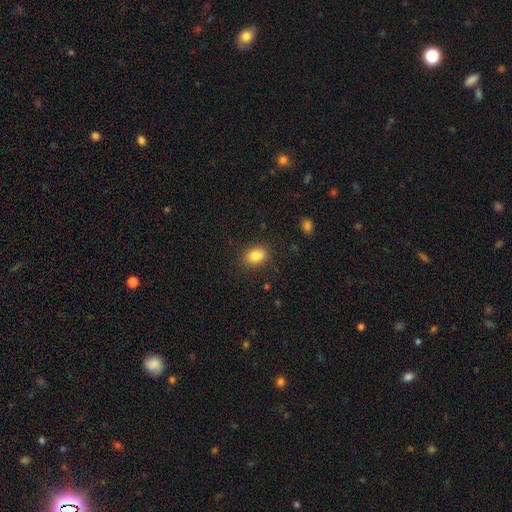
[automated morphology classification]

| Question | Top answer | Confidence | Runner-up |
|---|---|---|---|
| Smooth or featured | smooth | 84% | star or artifact (9%) |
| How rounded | in between | 68% | round (31%) |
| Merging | none | 84% | minor disturbance (11%) |